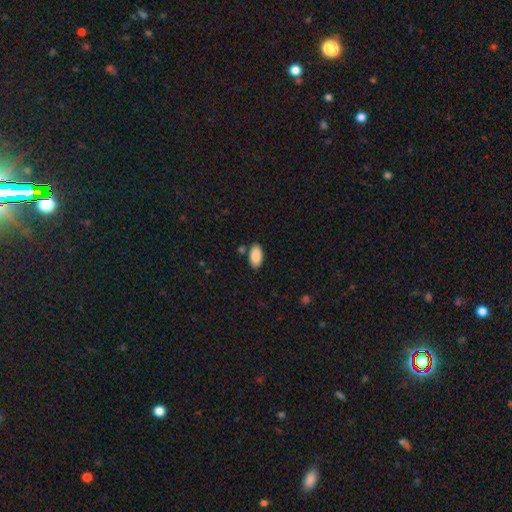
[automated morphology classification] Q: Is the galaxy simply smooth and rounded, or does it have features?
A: smooth — 89%.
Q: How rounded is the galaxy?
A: in between — 95%.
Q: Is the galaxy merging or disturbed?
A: none — 82%.